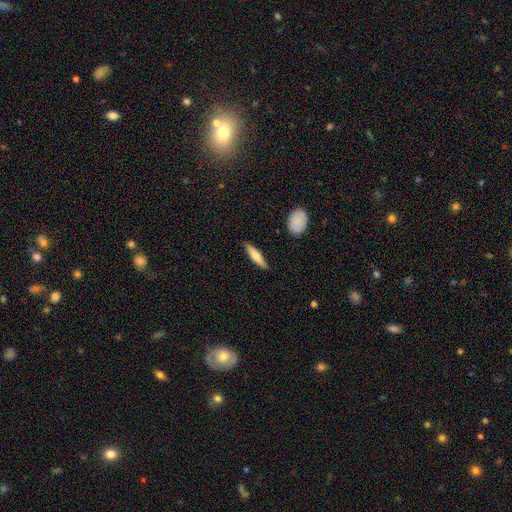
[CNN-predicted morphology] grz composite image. It shows a smooth galaxy with no disk features (63%) that is cigar-shaped (77%). Merging: none (88%).